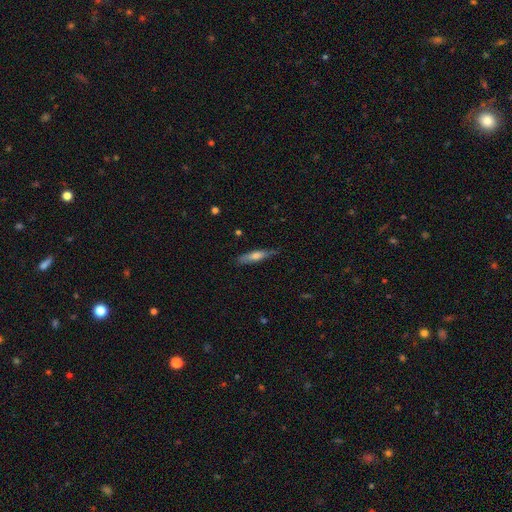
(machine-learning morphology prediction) smooth 50%, featured or disk 44%, star or artifact 6%. Down the decision tree: merging — none (80%).